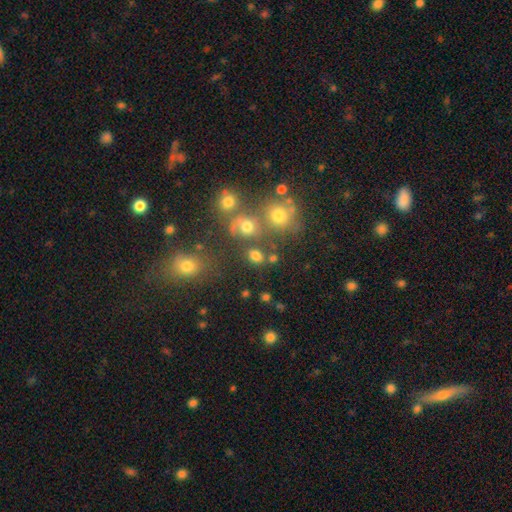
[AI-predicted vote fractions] This is likely a smooth galaxy (73%). How rounded: possibly round (49%, tied with in between). Merging: likely none (66%).